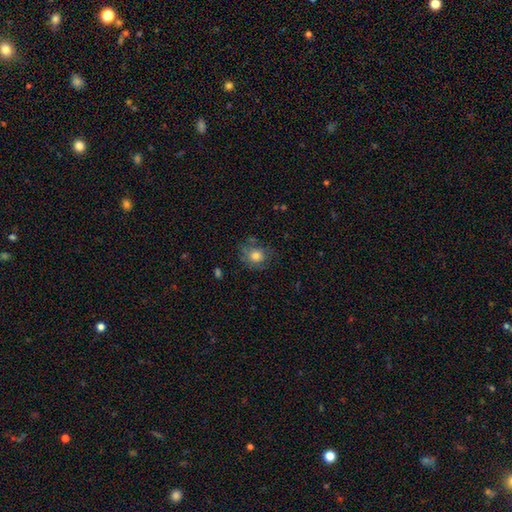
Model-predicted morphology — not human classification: This appears to be a smooth galaxy with no disk features (77%) that is round (81%). Merging: none (69%).